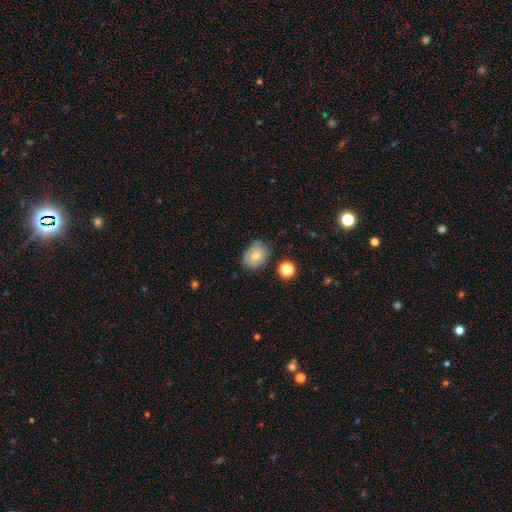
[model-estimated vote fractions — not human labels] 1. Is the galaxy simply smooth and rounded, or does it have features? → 70% smooth, 21% featured or disk, 9% star or artifact.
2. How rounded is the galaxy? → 53% in between, 46% round, 1% cigar-shaped.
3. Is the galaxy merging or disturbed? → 71% none, 22% minor disturbance, 4% major disturbance, 3% merger.